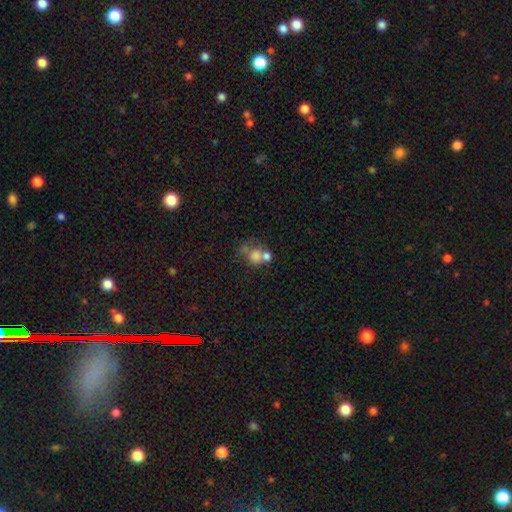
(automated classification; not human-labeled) Q: Smooth or featured?
A: smooth (63%); runner-up: featured or disk (23%)
Q: How rounded?
A: round (63%); runner-up: in between (36%)
Q: Merging?
A: merger (54%); runner-up: none (24%)